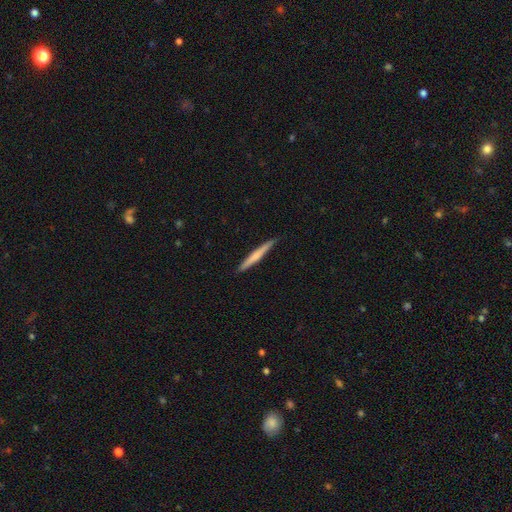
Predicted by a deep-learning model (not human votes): Smooth or featured? Predicted: smooth (p=0.55). How rounded? Predicted: cigar-shaped (p=0.96). Merging? Predicted: none (p=0.88).